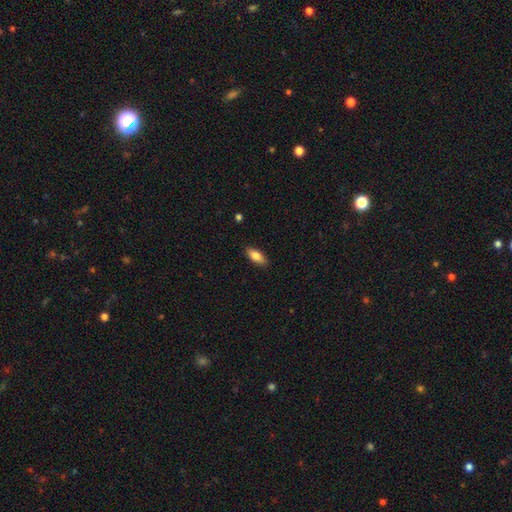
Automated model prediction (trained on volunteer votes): A smooth galaxy with no disk features (82%) that is in between round and cigar-shaped (79%). Merging: none (87%).